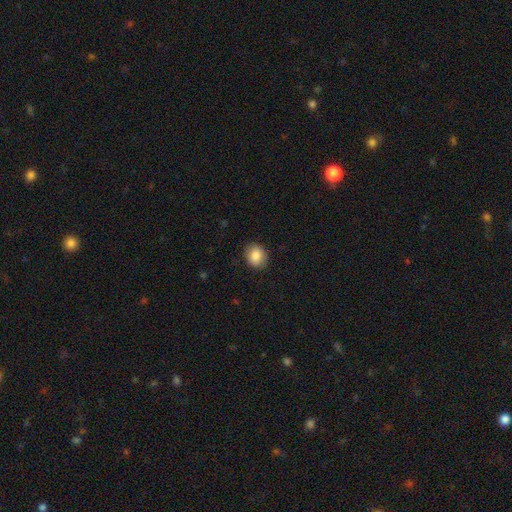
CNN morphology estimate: Overall: smooth (85%). How rounded: round (56%; in between 43%). Merging: none (88%).